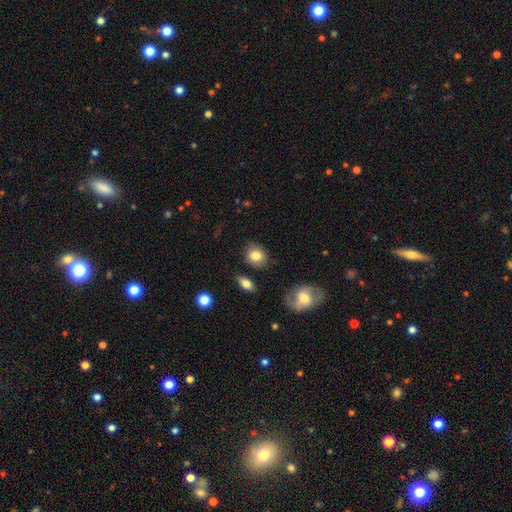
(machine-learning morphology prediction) A smooth galaxy with no disk features (83%) that is round (60%).

Vote fractions:
- Smooth or featured? smooth: 83% / featured or disk: 9% / star or artifact: 8%
- How rounded? round: 60% / in between: 39% / cigar-shaped: 1%
- Merging? none: 81% / minor disturbance: 12% / merger: 3% / major disturbance: 3%